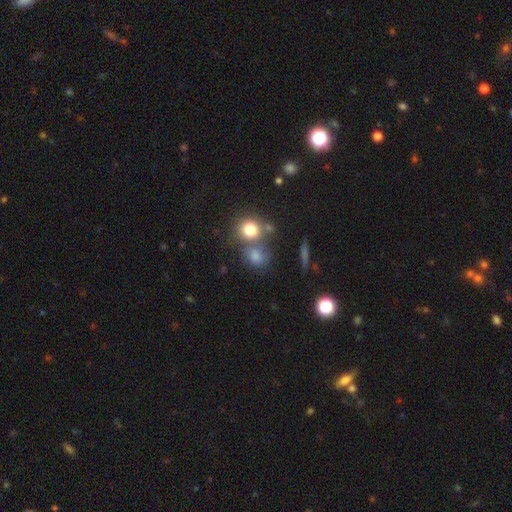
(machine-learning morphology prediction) A smooth galaxy with no disk features (74%) that is round (66%).

Vote fractions:
- Smooth or featured? smooth: 74% / star or artifact: 15% / featured or disk: 11%
- How rounded? round: 66% / in between: 32% / cigar-shaped: 2%
- Merging? none: 46% / merger: 36% / minor disturbance: 12% / major disturbance: 6%